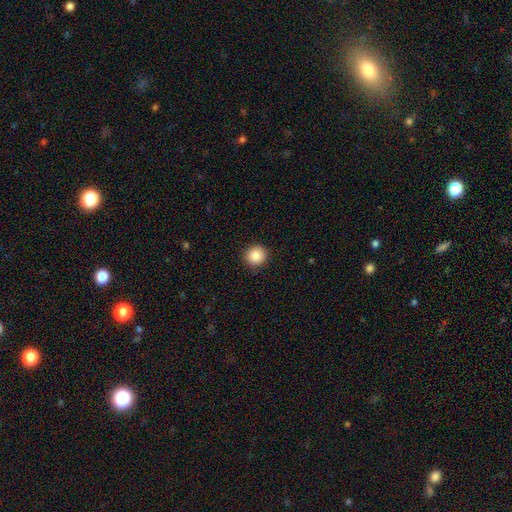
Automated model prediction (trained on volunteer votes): smooth 88%, star or artifact 9%, featured or disk 3%. Down the decision tree: how rounded — round (91%); merging — none (91%).